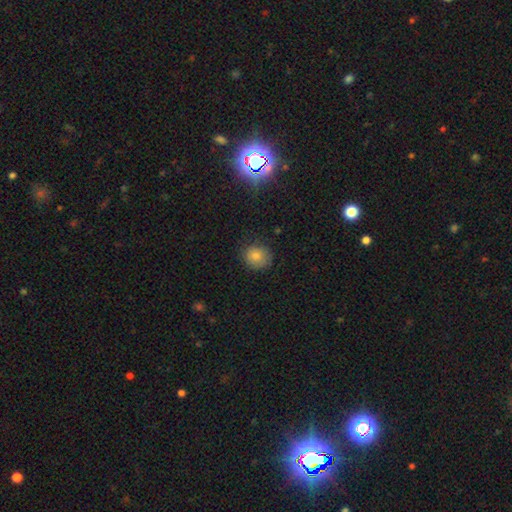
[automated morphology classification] smooth_or_featured: smooth (p=0.74) [alt: star or artifact p=0.17]
how_rounded: round (p=0.84) [alt: in between p=0.15]
merging: none (p=0.82) [alt: minor disturbance p=0.14]